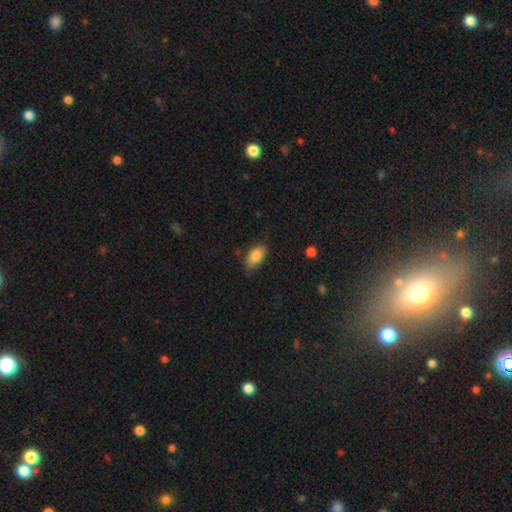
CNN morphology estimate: Smooth or featured? smooth (84%)
How rounded? in between (91%)
Merging? none (73%)